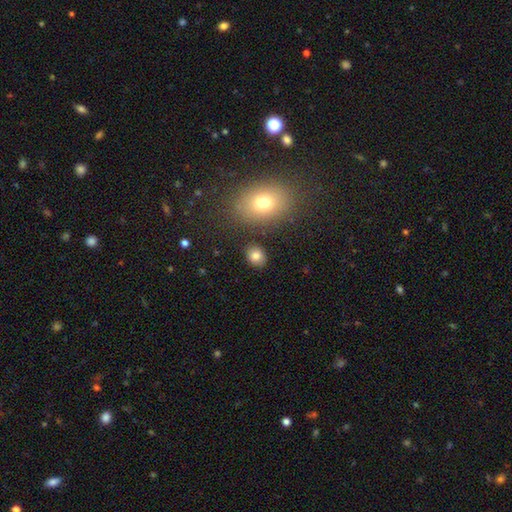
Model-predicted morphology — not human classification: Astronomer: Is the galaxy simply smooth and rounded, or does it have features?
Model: smooth — 82%.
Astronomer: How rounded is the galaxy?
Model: round — 53% (runner-up: in between, 46%).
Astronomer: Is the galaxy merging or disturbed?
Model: none — 84%.